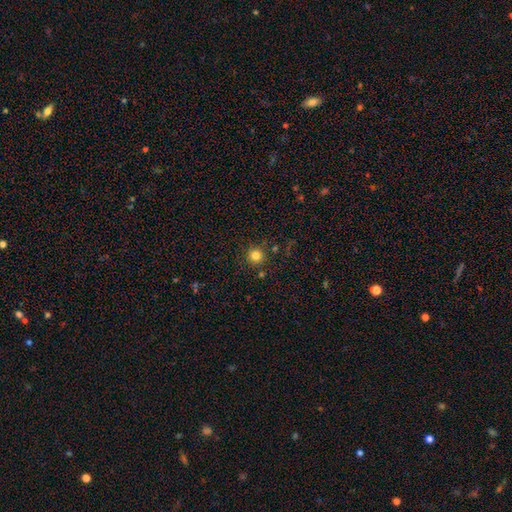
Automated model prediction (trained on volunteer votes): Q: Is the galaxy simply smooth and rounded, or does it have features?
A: smooth — 82%.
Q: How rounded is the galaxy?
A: round — 95%.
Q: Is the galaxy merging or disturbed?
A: none — 87%.